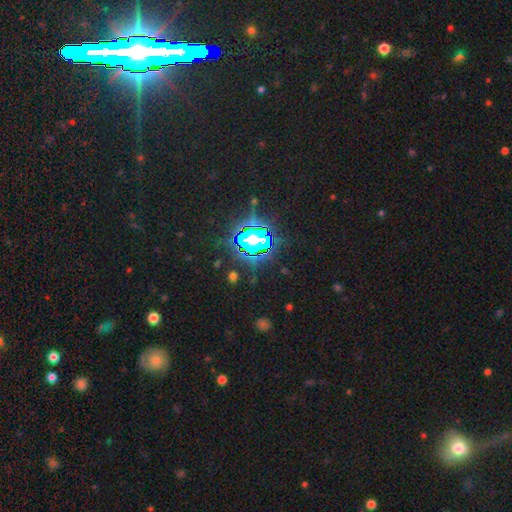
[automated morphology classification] smooth_or_featured: star or artifact (p=0.76) [alt: smooth p=0.15]